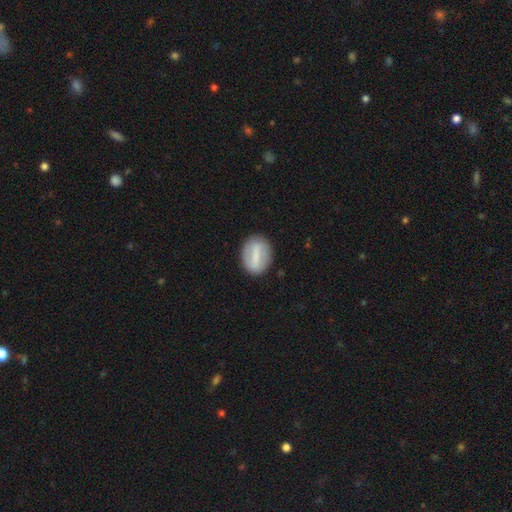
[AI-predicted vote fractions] This is possibly a featured or disk galaxy (49%). Merging: clearly none (84%).